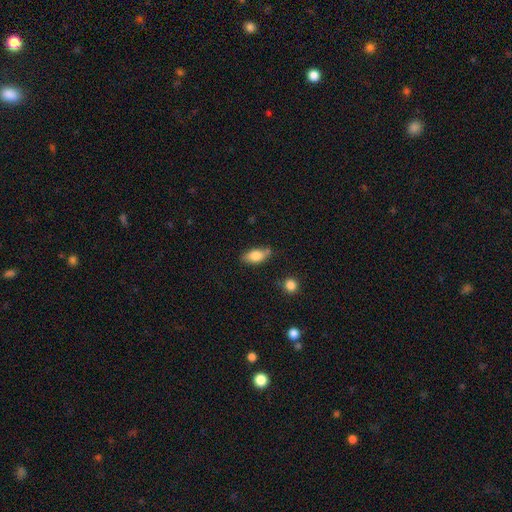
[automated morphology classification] A smooth galaxy with no disk features (75%) that is in between round and cigar-shaped (85%). Merging: none (71%).